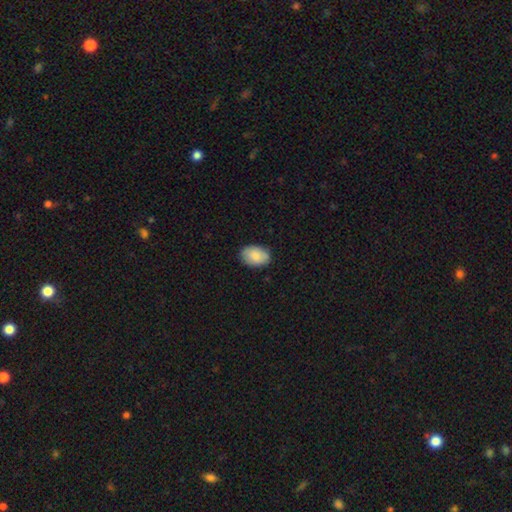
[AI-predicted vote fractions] A smooth galaxy with no disk features (88%) that is in between round and cigar-shaped (87%).

Vote fractions:
- Smooth or featured? smooth: 88% / featured or disk: 6% / star or artifact: 6%
- How rounded? in between: 87% / round: 12% / cigar-shaped: 1%
- Merging? none: 84% / minor disturbance: 13% / major disturbance: 2% / merger: 1%